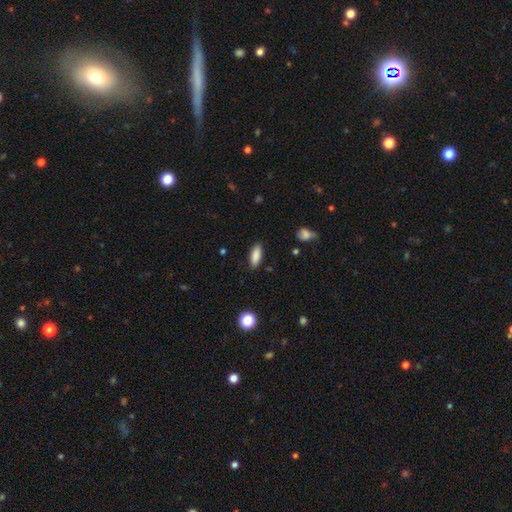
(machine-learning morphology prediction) This appears to be a smooth galaxy with no disk features (87%) that is in between round and cigar-shaped (70%). Merging: none (86%).